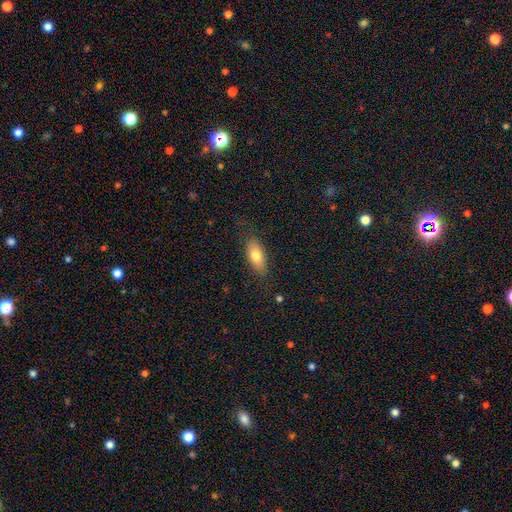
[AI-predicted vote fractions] smooth_or_featured: smooth (p=0.74) [alt: featured or disk p=0.19]
how_rounded: in between (p=0.83) [alt: cigar-shaped p=0.14]
merging: none (p=0.79) [alt: minor disturbance p=0.15]